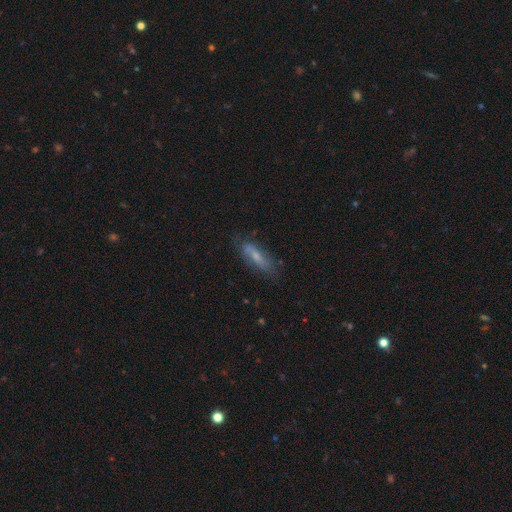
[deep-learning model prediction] A smooth galaxy with no disk features (53%) that is cigar-shaped (52%).

Vote fractions:
- Smooth or featured? smooth: 53% / featured or disk: 39% / star or artifact: 9%
- How rounded? cigar-shaped: 52% / in between: 46% / round: 2%
- Merging? none: 72% / minor disturbance: 20% / major disturbance: 6% / merger: 2%